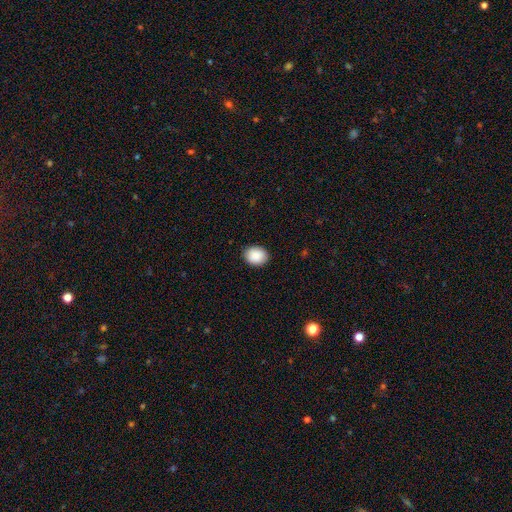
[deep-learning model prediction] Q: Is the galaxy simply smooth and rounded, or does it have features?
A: smooth — 88%.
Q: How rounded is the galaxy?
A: round — 54%.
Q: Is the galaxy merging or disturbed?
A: none — 89%.